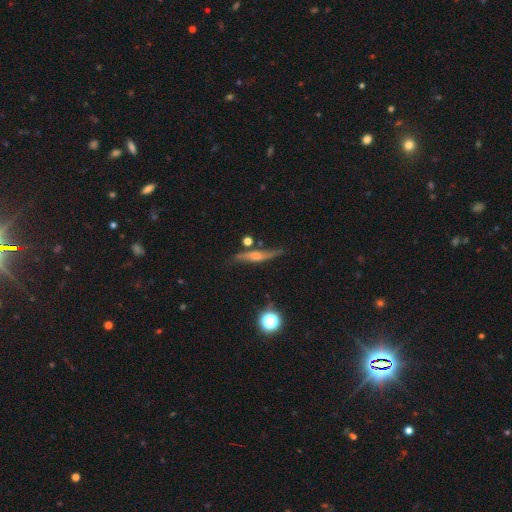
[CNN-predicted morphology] Smooth or featured? Predicted: featured or disk (p=0.68). Edge-on disk? Predicted: yes (p=0.85). Edge-on bulge? Predicted: rounded (p=0.79). Merging? Predicted: none (p=0.68).